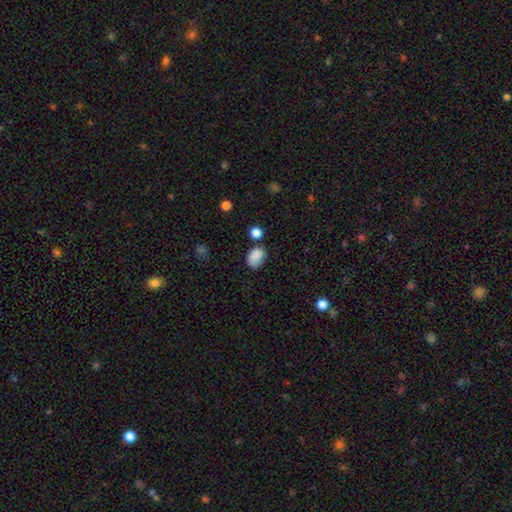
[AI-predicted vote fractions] Smooth or featured?
  - smooth: 86% *
  - star or artifact: 9%
  - featured or disk: 5%
How rounded?
  - in between: 77% *
  - round: 22%
  - cigar-shaped: 1%
Merging?
  - none: 63% *
  - minor disturbance: 22%
  - merger: 9%
  - major disturbance: 6%